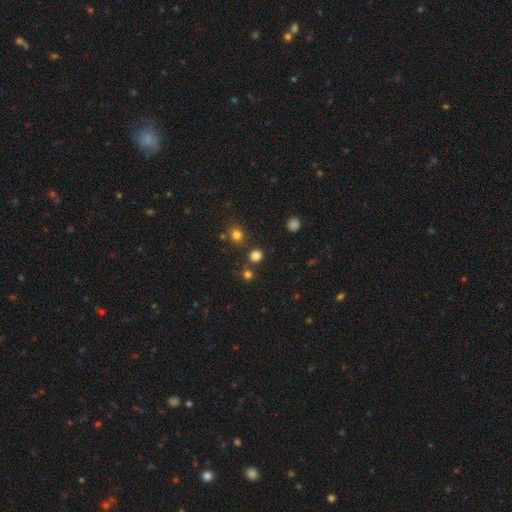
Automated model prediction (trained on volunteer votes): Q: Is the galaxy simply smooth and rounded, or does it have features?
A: smooth — 80%.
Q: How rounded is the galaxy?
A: round — 79%.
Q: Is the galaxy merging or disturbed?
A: none — 78%.